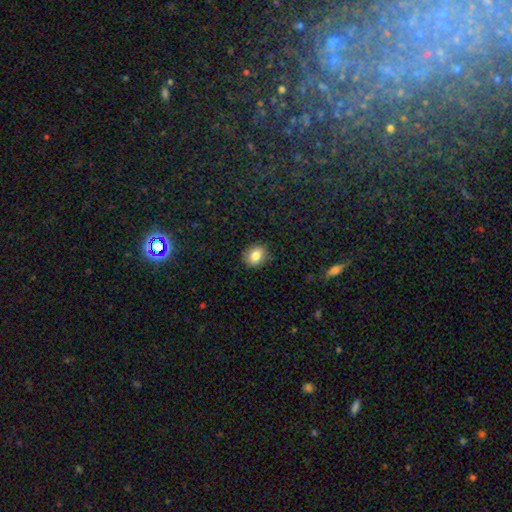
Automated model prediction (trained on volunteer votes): The model was most divided on "how rounded": round: 60%, in between: 39%, cigar-shaped: 1%. More confident: merging — none (86%); smooth or featured — smooth (83%).